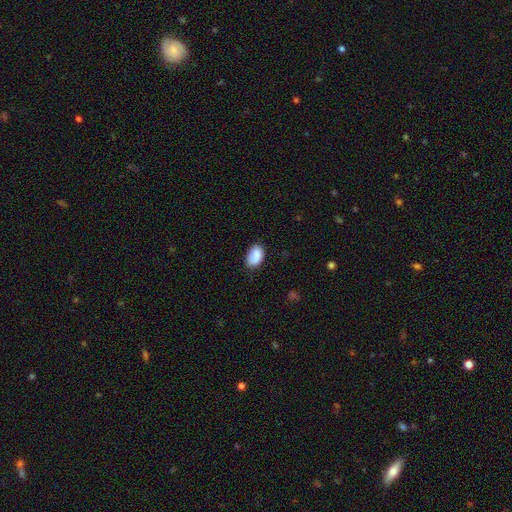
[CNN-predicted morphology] Overall: smooth (85%). How rounded: in between (90%). Merging: none (65%; minor disturbance 26%).